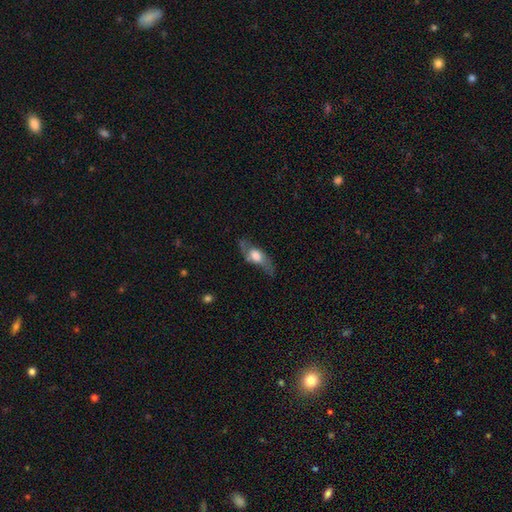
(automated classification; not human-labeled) A featured or disk galaxy (55%).

Vote fractions:
- Smooth or featured? featured or disk: 55% / smooth: 38% / star or artifact: 7%
- Edge-on disk? no: 67% / yes: 33%
- Merging? none: 58% / minor disturbance: 24% / major disturbance: 15% / merger: 2%